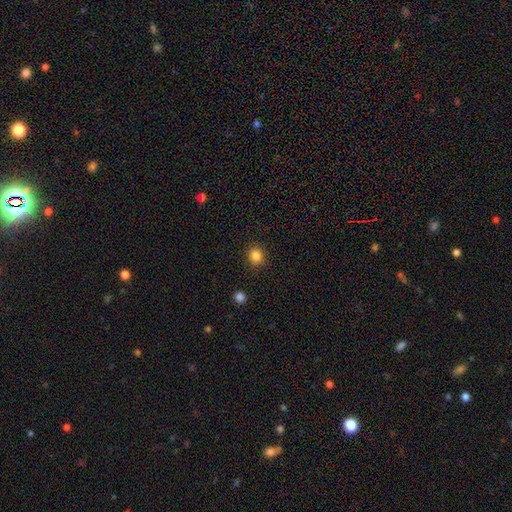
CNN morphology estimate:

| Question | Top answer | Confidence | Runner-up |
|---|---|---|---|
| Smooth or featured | smooth | 84% | star or artifact (12%) |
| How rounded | round | 90% | in between (9%) |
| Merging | none | 91% | minor disturbance (6%) |